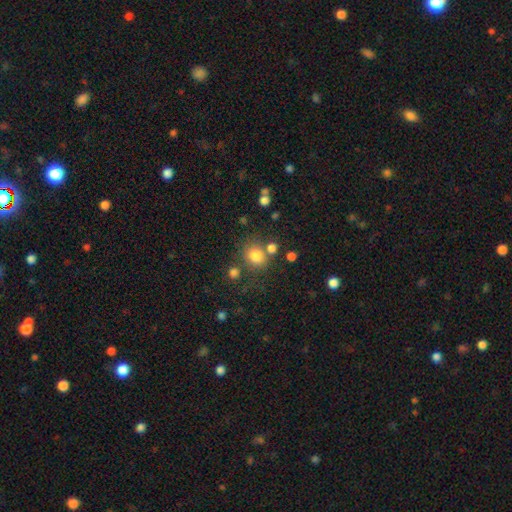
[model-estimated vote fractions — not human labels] This is likely a smooth galaxy (79%). How rounded: likely round (76%). Merging: likely none (67%).